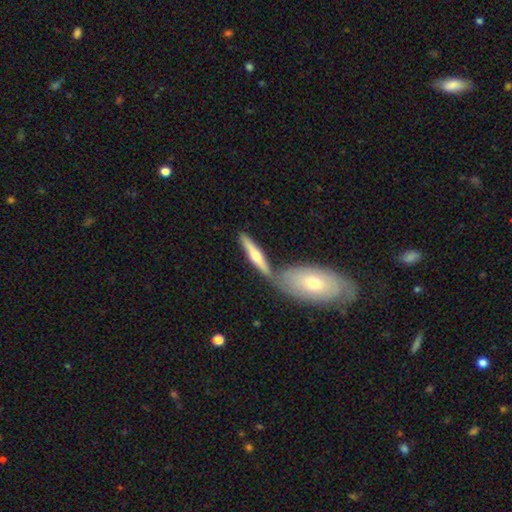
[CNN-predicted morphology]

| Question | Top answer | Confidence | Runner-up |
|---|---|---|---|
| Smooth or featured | featured or disk | 51% | smooth (43%) |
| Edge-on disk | yes | 90% | no (10%) |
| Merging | none | 61% | merger (24%) |